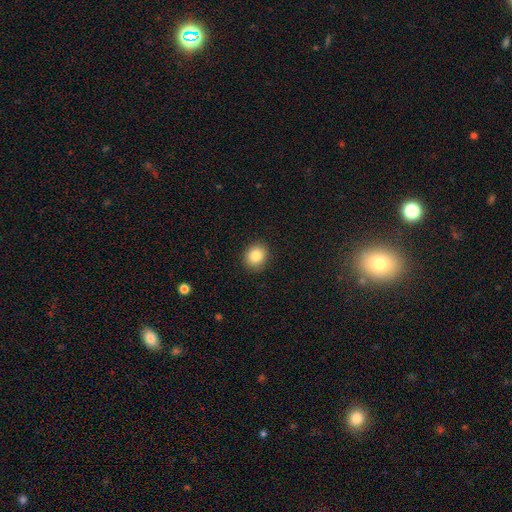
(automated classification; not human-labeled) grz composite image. It shows a smooth galaxy with no disk features (84%) that is round (77%). Merging: none (90%).